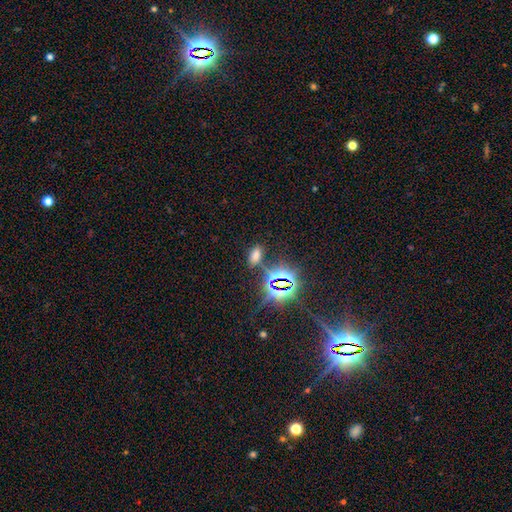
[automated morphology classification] The model was most divided on "smooth or featured": smooth: 55%, star or artifact: 38%, featured or disk: 7%. More confident: how rounded — in between (89%); merging — none (74%).